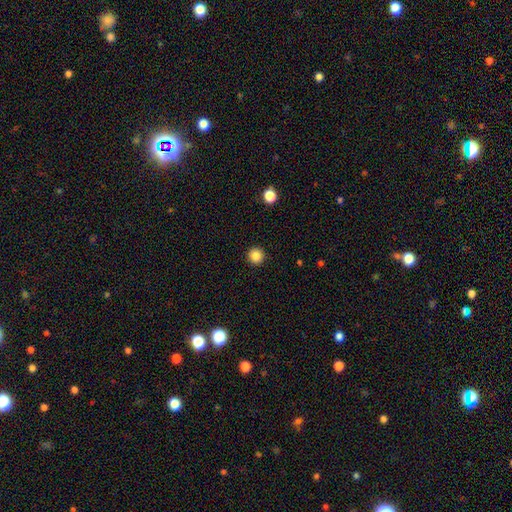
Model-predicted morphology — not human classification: Q: Smooth or featured?
A: smooth (86%); runner-up: star or artifact (11%)
Q: How rounded?
A: round (95%); runner-up: in between (4%)
Q: Merging?
A: none (93%); runner-up: minor disturbance (4%)